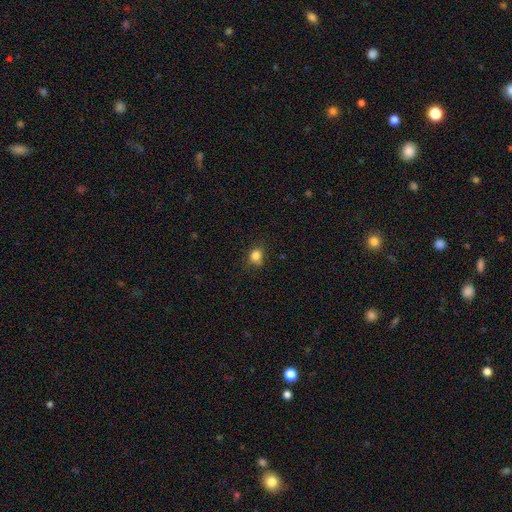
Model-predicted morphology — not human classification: This appears to be a smooth galaxy with no disk features (82%) that is round (66%). Merging: none (70%).